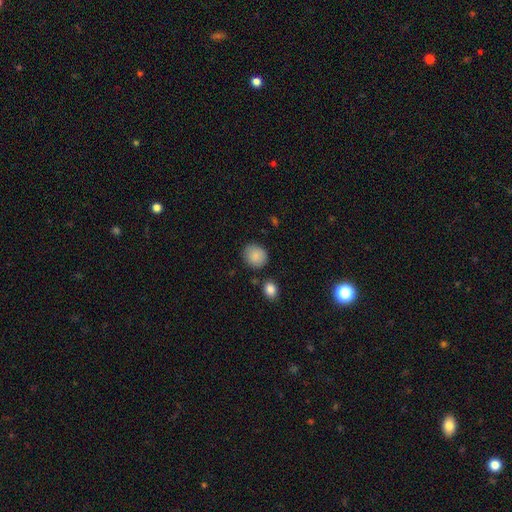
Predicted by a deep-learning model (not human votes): smooth-or-featured: smooth: 88% | star or artifact: 8% | featured or disk: 4%
  how-rounded: round: 77% | in between: 22% | cigar-shaped: 1%
  merging: none: 83% | minor disturbance: 11% | merger: 3% | major disturbance: 3%